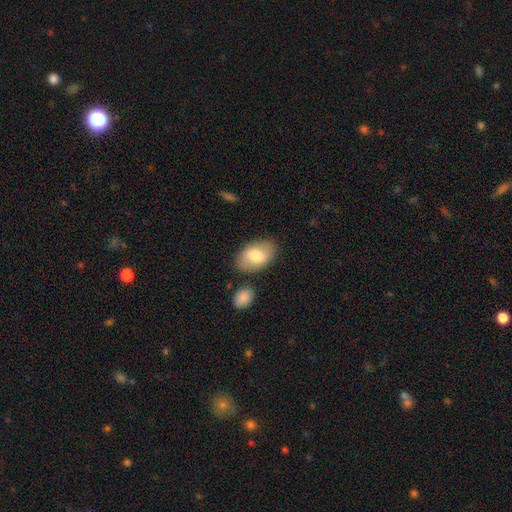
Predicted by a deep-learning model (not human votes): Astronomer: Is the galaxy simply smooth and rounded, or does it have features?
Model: smooth — 72%.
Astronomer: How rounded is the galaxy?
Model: in between — 91%.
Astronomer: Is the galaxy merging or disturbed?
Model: none — 80%.